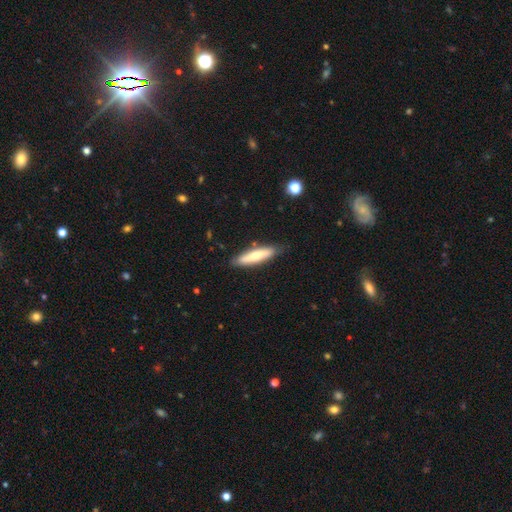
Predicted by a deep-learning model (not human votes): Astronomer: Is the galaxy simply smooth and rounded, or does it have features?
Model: smooth — 60%.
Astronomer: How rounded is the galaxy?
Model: cigar-shaped — 76%.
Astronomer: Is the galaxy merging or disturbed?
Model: none — 84%.